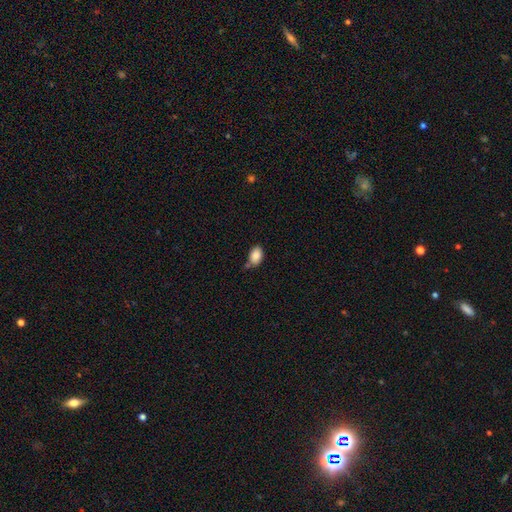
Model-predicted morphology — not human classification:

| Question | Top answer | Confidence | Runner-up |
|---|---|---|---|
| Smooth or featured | smooth | 87% | star or artifact (8%) |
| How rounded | in between | 88% | round (11%) |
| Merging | none | 67% | minor disturbance (19%) |